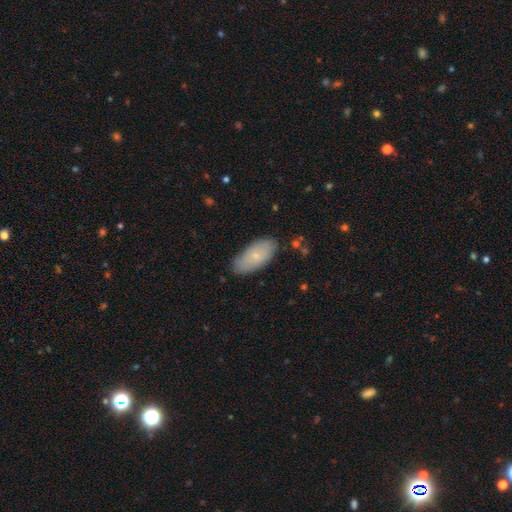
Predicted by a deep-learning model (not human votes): Q: Smooth or featured?
A: smooth (72%); runner-up: featured or disk (21%)
Q: How rounded?
A: in between (90%); runner-up: cigar-shaped (8%)
Q: Merging?
A: none (80%); runner-up: minor disturbance (15%)